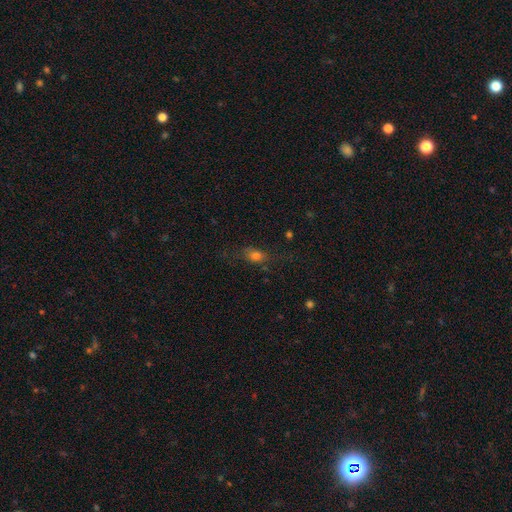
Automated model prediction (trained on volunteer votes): This is likely a smooth galaxy (70%). How rounded: likely in between (65%). Merging: likely none (65%).